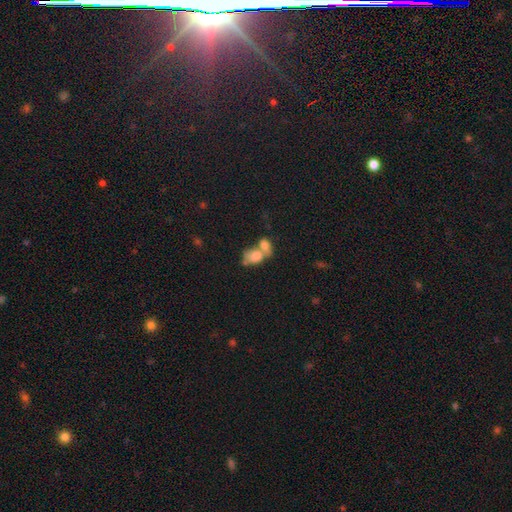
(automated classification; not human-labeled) A smooth galaxy with no disk features (74%) that is in between round and cigar-shaped (70%).

Vote fractions:
- Smooth or featured? smooth: 74% / featured or disk: 17% / star or artifact: 9%
- How rounded? in between: 70% / round: 28% / cigar-shaped: 2%
- Merging? merger: 66% / none: 19% / minor disturbance: 8% / major disturbance: 6%